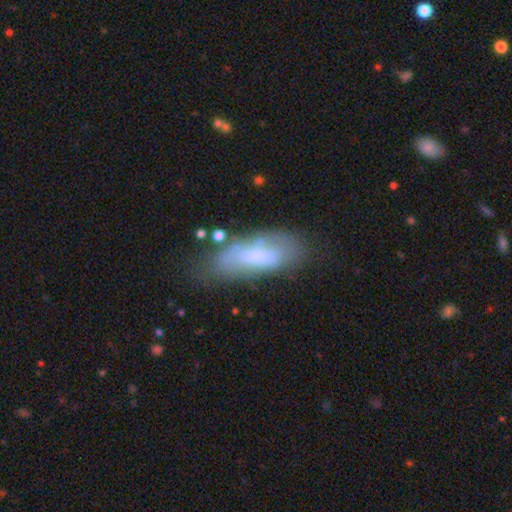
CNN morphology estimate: The model was most divided on "merging": none: 51%, minor disturbance: 28%, major disturbance: 14%, merger: 7%. More confident: how rounded — in between (70%); smooth or featured — smooth (59%).